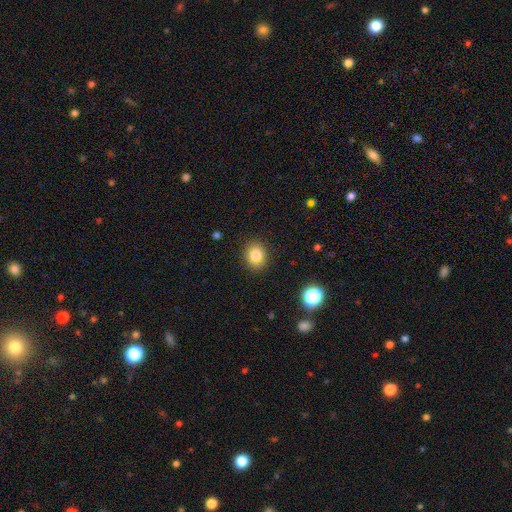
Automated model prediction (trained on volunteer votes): A smooth galaxy with no disk features (83%) that is round (63%). Merging: none (88%).